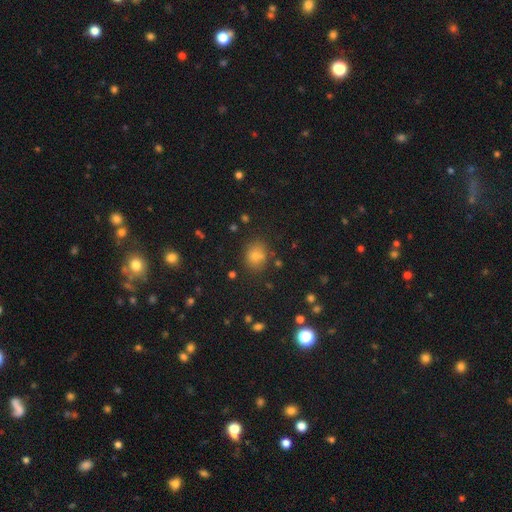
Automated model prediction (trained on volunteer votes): A smooth galaxy with no disk features (72%) that is round (60%). Merging: none (79%).